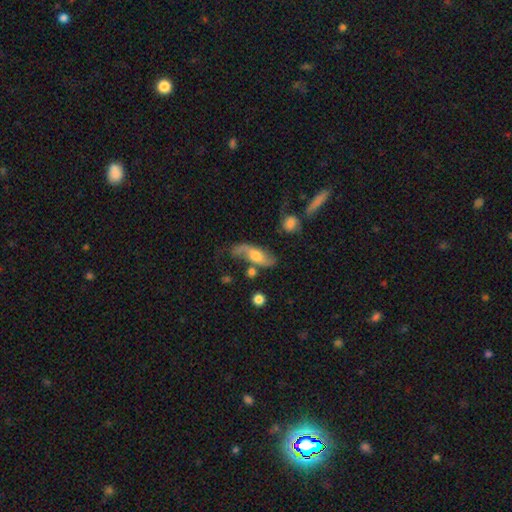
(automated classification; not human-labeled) Smooth or featured? Predicted: featured or disk (p=0.58). Edge-on disk? Predicted: no (p=0.81). Merging? Predicted: none (p=0.49).